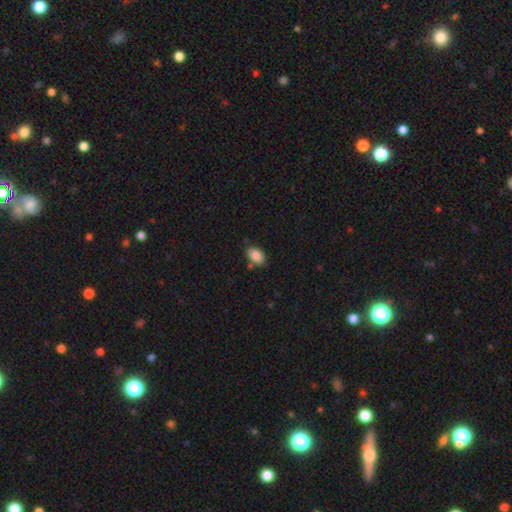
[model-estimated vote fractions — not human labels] A smooth galaxy with no disk features (86%) that is in between round and cigar-shaped (86%). Merging: none (74%).